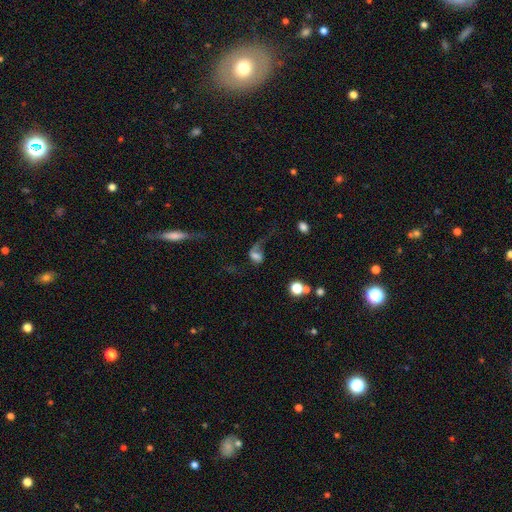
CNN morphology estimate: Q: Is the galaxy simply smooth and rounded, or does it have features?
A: smooth — 47%.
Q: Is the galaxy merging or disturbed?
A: major disturbance — 53%.